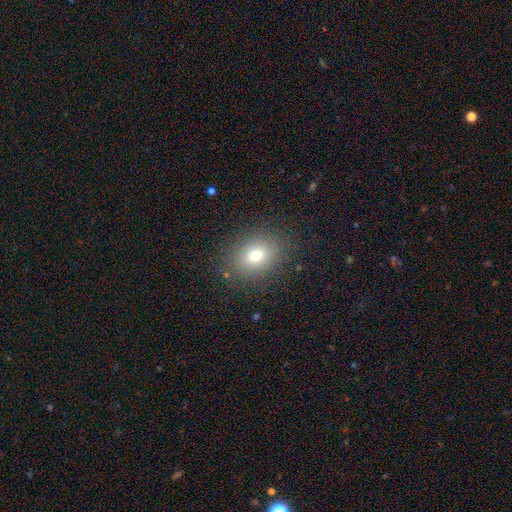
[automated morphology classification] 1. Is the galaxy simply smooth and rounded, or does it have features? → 74% smooth, 13% star or artifact, 12% featured or disk.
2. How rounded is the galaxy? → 60% in between, 39% round, 1% cigar-shaped.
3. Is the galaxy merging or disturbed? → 86% none, 9% minor disturbance, 4% major disturbance, 1% merger.